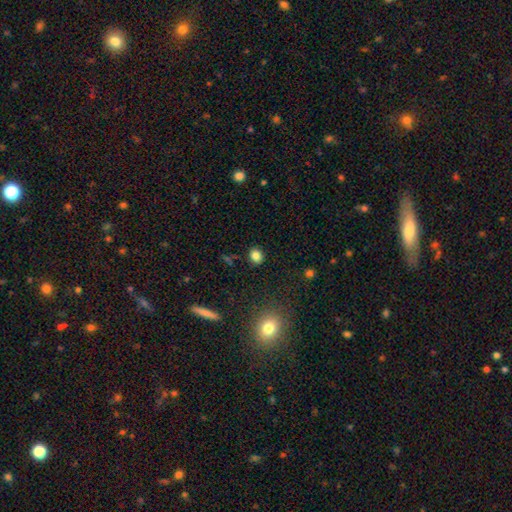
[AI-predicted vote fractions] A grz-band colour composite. It shows a smooth galaxy with no disk features (83%) that is round (61%). Merging: none (87%).